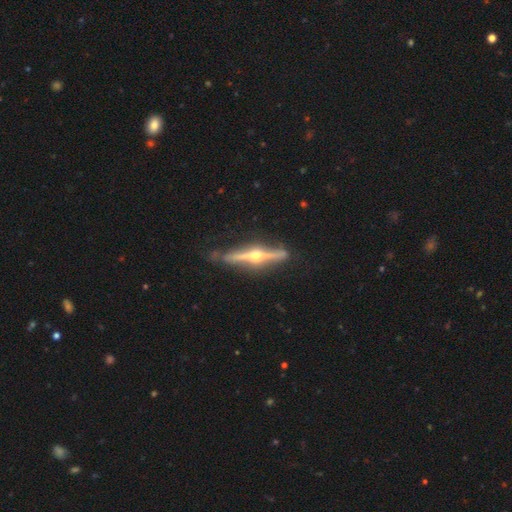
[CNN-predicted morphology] Smooth or featured? Predicted: featured or disk (p=0.86). Edge-on disk? Predicted: yes (p=0.97). Edge-on bulge? Predicted: rounded (p=0.95). Merging? Predicted: none (p=0.82).